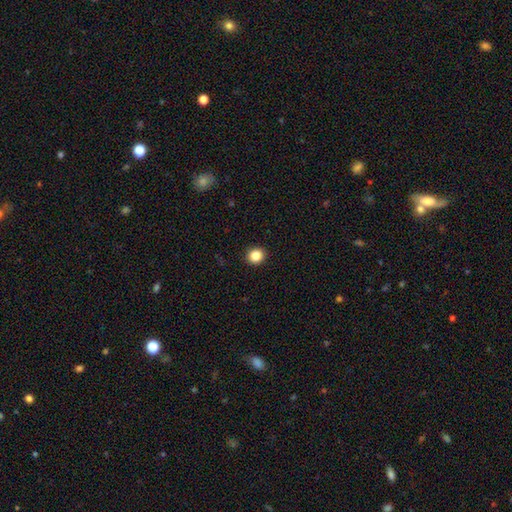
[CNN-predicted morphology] Smooth or featured?
  - smooth: 86% *
  - star or artifact: 10%
  - featured or disk: 4%
How rounded?
  - round: 85% *
  - in between: 14%
  - cigar-shaped: 1%
Merging?
  - none: 93% *
  - minor disturbance: 5%
  - major disturbance: 2%
  - merger: 1%